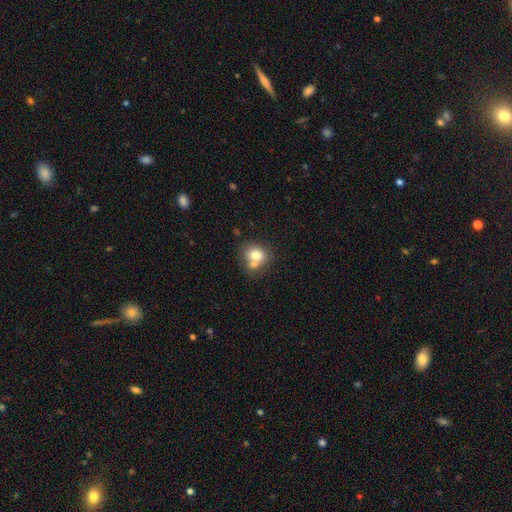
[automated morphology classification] Smooth or featured? smooth (75%)
How rounded? round (68%)
Merging? none (44%)